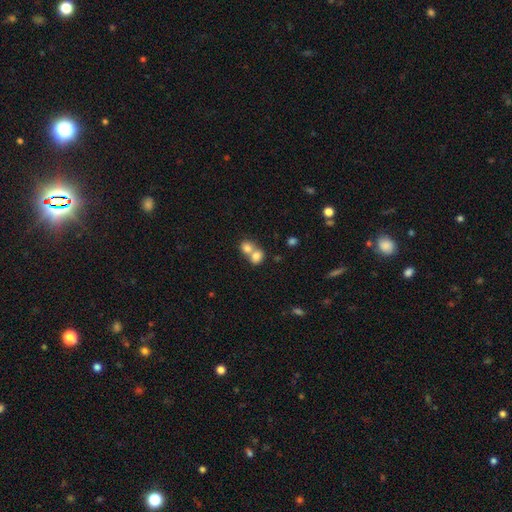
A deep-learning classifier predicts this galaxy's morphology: A smooth galaxy with no disk features (78%) that is round (55%).

Vote fractions:
- Smooth or featured? smooth: 78% / featured or disk: 13% / star or artifact: 9%
- How rounded? round: 55% / in between: 44% / cigar-shaped: 1%
- Merging? merger: 70% / none: 23% / minor disturbance: 5% / major disturbance: 2%